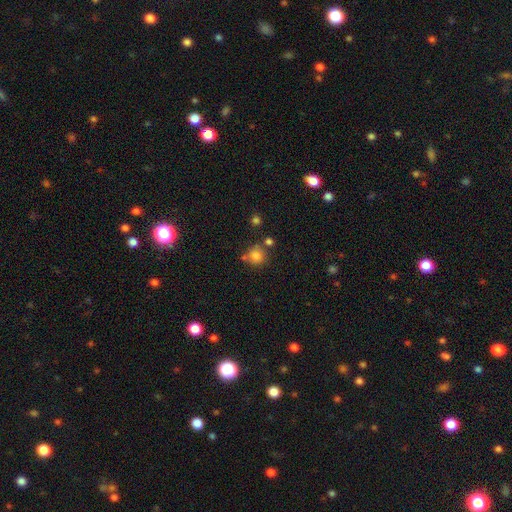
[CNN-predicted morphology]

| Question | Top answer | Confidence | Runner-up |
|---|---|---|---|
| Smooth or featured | smooth | 80% | star or artifact (13%) |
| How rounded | round | 91% | in between (8%) |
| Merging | none | 70% | merger (14%) |